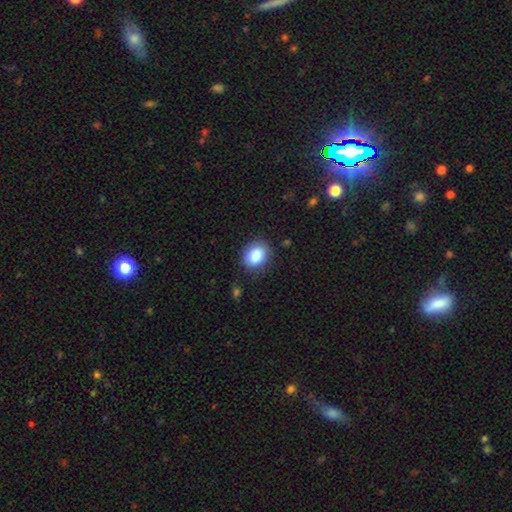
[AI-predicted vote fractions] smooth-or-featured: smooth: 88% | star or artifact: 8% | featured or disk: 5%
  how-rounded: in between: 64% | round: 35% | cigar-shaped: 1%
  merging: none: 83% | minor disturbance: 12% | major disturbance: 3% | merger: 1%